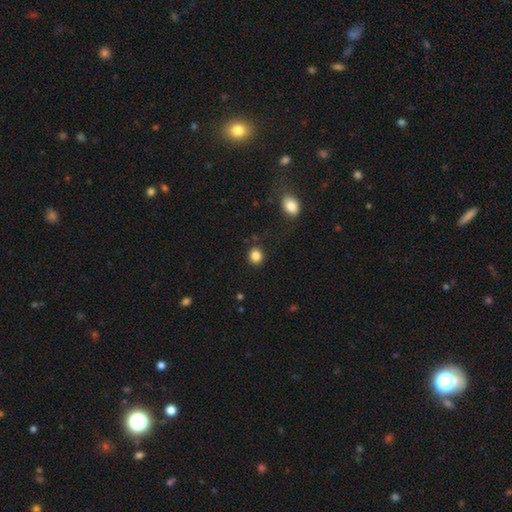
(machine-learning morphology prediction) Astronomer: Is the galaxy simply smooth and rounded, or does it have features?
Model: smooth — 85%.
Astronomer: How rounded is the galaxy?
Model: round — 82%.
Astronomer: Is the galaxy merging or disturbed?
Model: none — 88%.